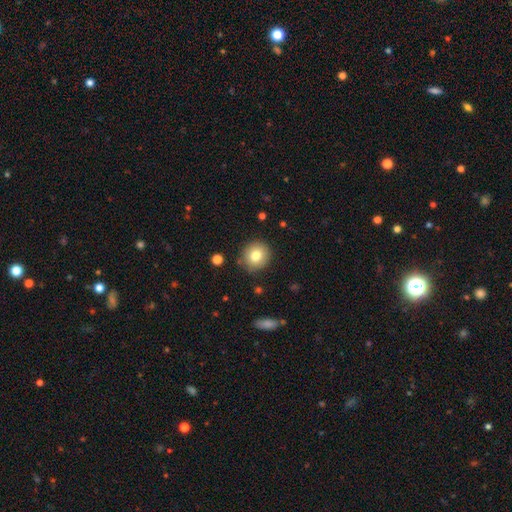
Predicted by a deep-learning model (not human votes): Smooth or featured? Predicted: smooth (p=0.78). How rounded? Predicted: round (p=0.89). Merging? Predicted: none (p=0.87).